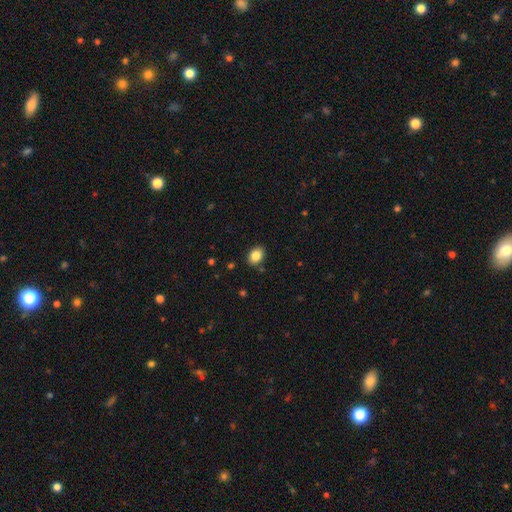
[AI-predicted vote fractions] Smooth or featured? Predicted: smooth (p=0.85). How rounded? Predicted: in between (p=0.69). Merging? Predicted: none (p=0.86).